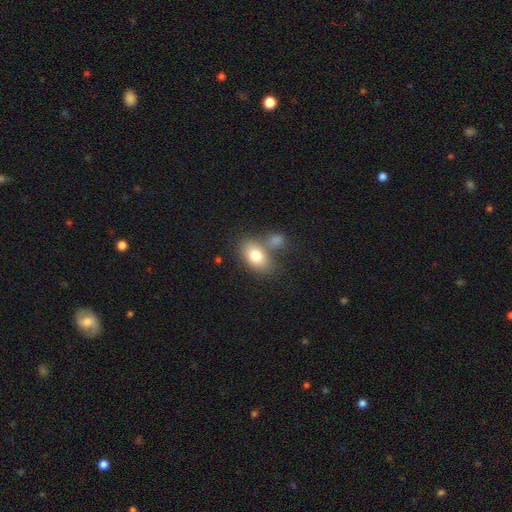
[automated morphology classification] This appears to be a smooth galaxy with no disk features (77%) that is in between round and cigar-shaped (85%). Merging: none (53%).